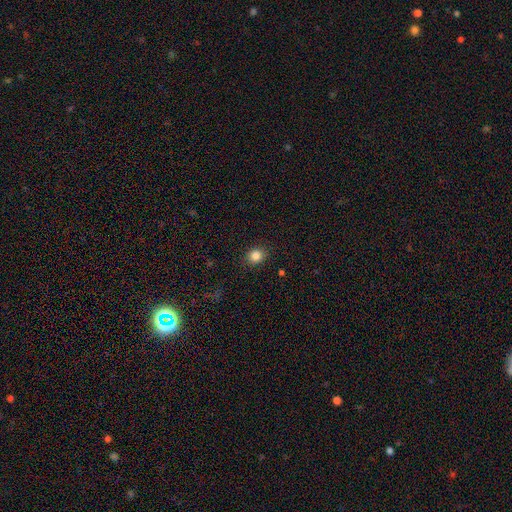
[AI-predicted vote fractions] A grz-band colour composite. It shows a smooth galaxy with no disk features (84%) that is round (71%). Merging: none (89%).